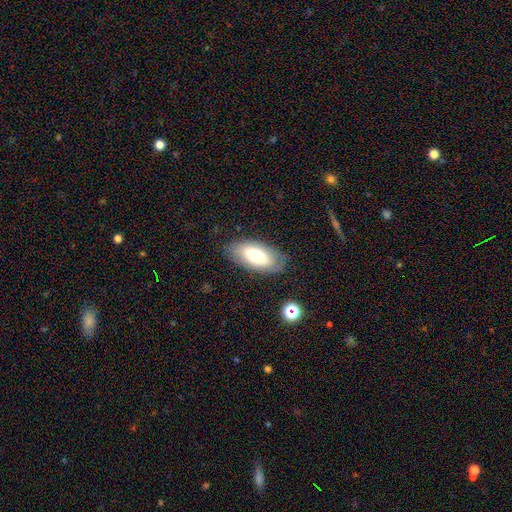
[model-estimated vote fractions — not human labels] This appears to be a smooth galaxy with no disk features (67%) that is in between round and cigar-shaped (91%). Merging: none (82%).